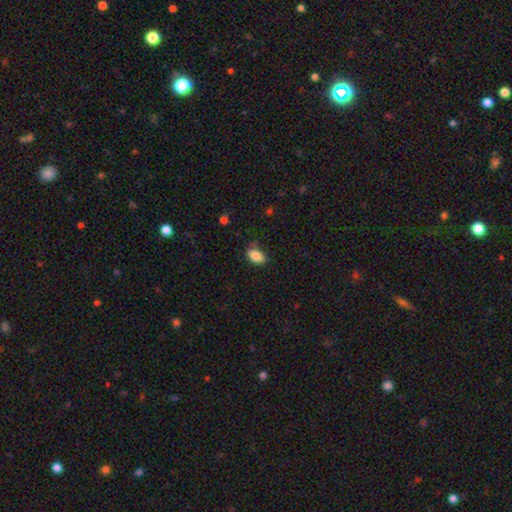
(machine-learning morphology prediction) smooth_or_featured: smooth (p=0.85) [alt: star or artifact p=0.08]
how_rounded: in between (p=0.90) [alt: round p=0.08]
merging: none (p=0.68) [alt: minor disturbance p=0.25]